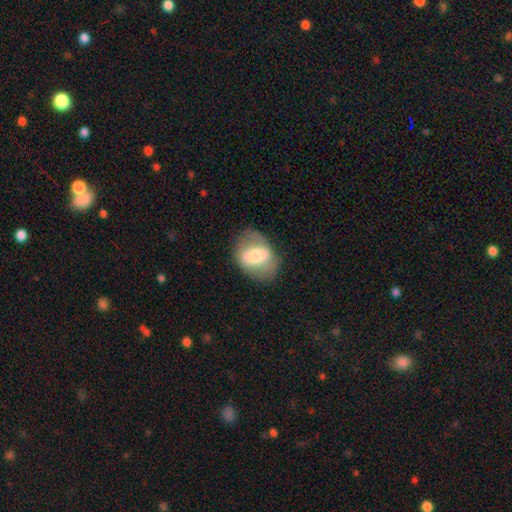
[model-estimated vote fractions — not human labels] smooth_or_featured: smooth (p=0.52) [alt: featured or disk p=0.40]
how_rounded: in between (p=0.72) [alt: round p=0.26]
merging: none (p=0.70) [alt: minor disturbance p=0.19]